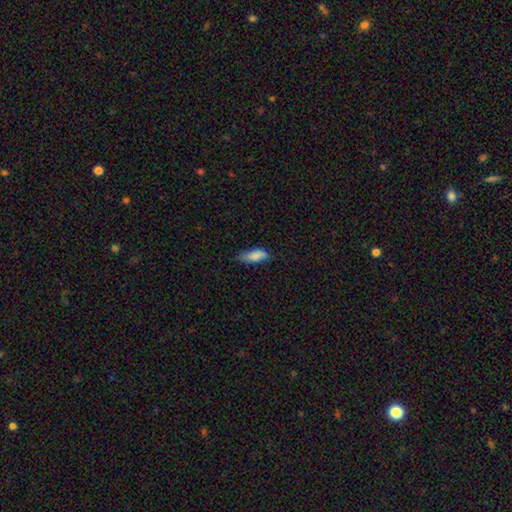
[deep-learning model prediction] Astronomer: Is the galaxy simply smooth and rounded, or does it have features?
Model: smooth — 81%.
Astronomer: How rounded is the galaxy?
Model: in between — 63%.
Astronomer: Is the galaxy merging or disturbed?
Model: none — 59%.